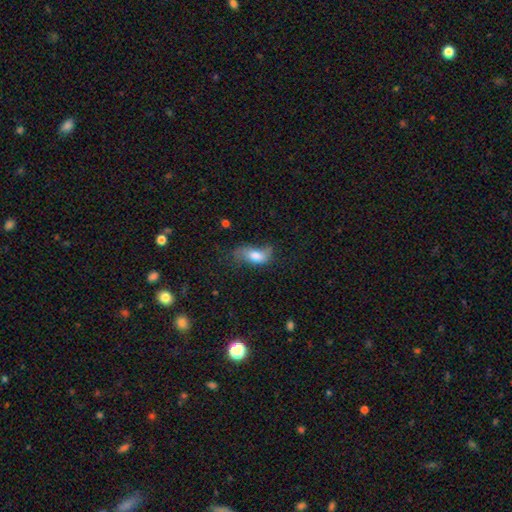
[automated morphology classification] Smooth or featured? Predicted: smooth (p=0.71). How rounded? Predicted: in between (p=0.87). Merging? Predicted: minor disturbance (p=0.34).